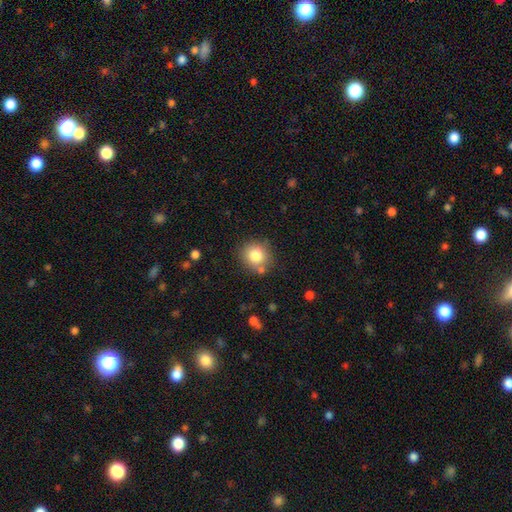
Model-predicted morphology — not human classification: Smooth or featured? Predicted: smooth (p=0.81). How rounded? Predicted: round (p=0.87). Merging? Predicted: none (p=0.77).